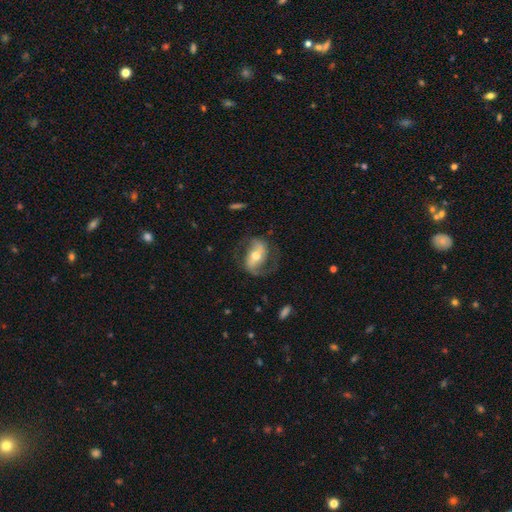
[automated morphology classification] type=featured or disk (77%); edge-on=no (96%); bar=strong (38%); spiral arms=yes (91%); winding=medium (47%); arm count=2 (86%); bulge=moderate (69%); merging=none (67%).